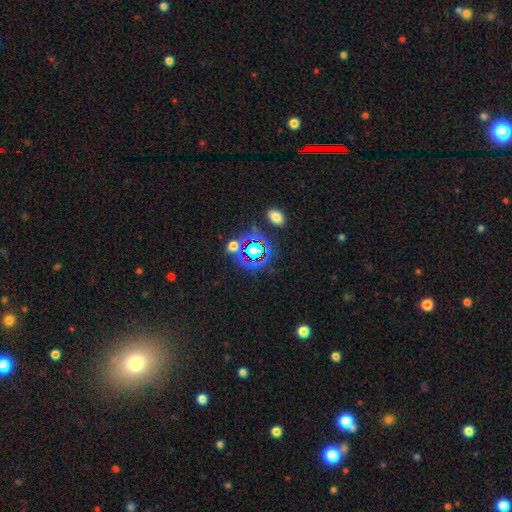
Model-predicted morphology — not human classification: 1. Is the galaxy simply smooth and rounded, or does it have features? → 61% star or artifact, 27% smooth, 12% featured or disk.